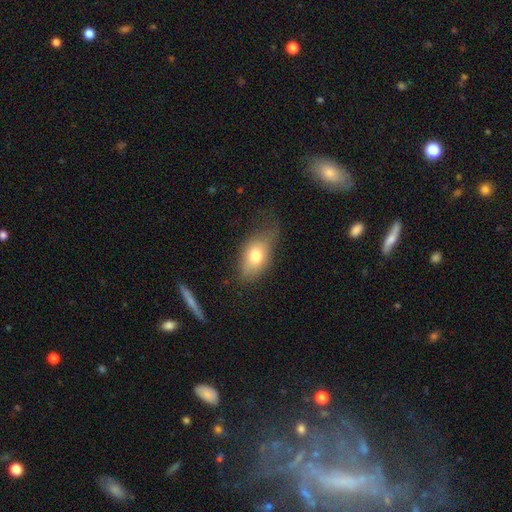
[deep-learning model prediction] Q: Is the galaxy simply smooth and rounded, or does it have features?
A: smooth — 74%.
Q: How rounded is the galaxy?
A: in between — 85%.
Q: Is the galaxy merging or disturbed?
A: none — 49%.